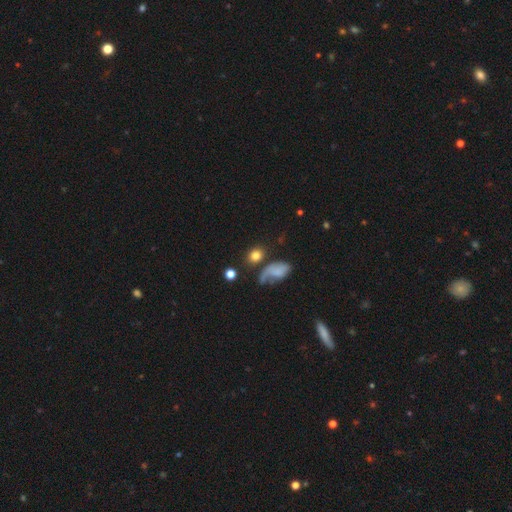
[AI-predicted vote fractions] smooth 76%, star or artifact 12%, featured or disk 12%. Down the decision tree: how rounded — round (60%); merging — none (62%).